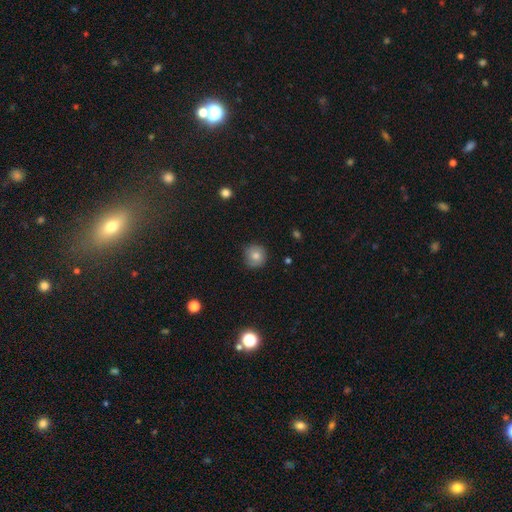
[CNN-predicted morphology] smooth-or-featured: smooth: 77% | featured or disk: 13% | star or artifact: 10%
  how-rounded: round: 92% | in between: 7% | cigar-shaped: 1%
  merging: none: 80% | minor disturbance: 16% | major disturbance: 3% | merger: 1%